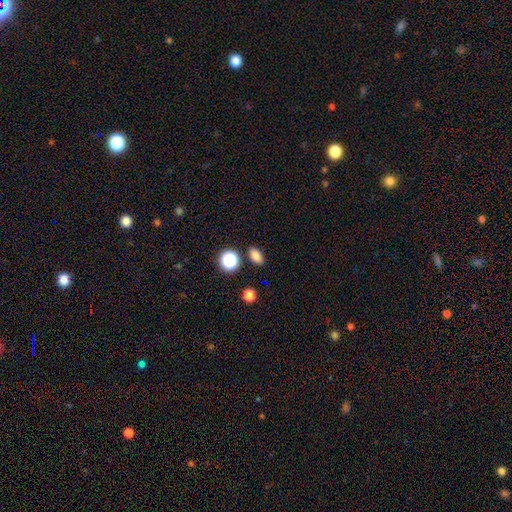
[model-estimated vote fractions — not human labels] This is clearly a smooth galaxy (82%). How rounded: likely in between (79%). Merging: clearly none (85%).